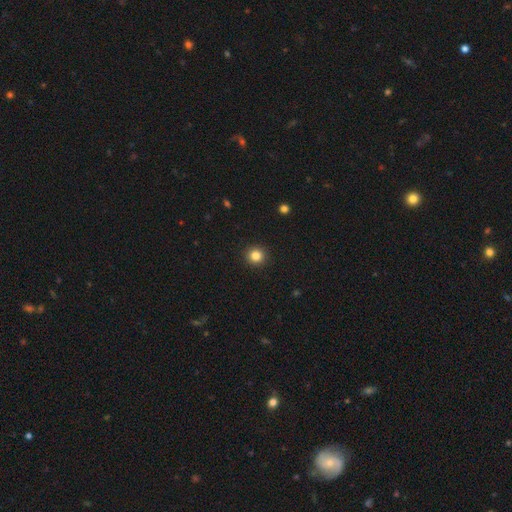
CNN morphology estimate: Overall: smooth (84%). How rounded: round (94%). Merging: none (93%).